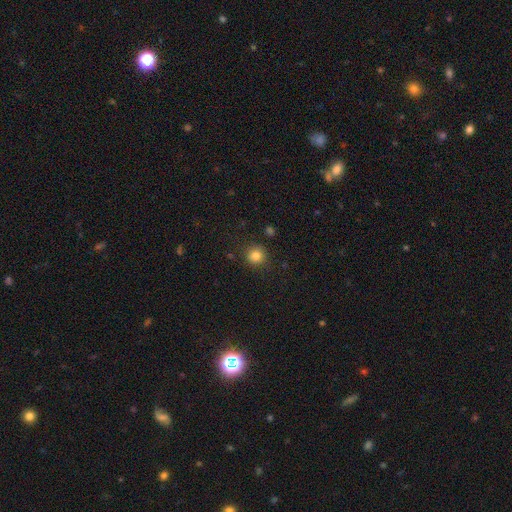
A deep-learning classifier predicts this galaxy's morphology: This is clearly a smooth galaxy (83%). How rounded: clearly round (92%). Merging: clearly none (88%).